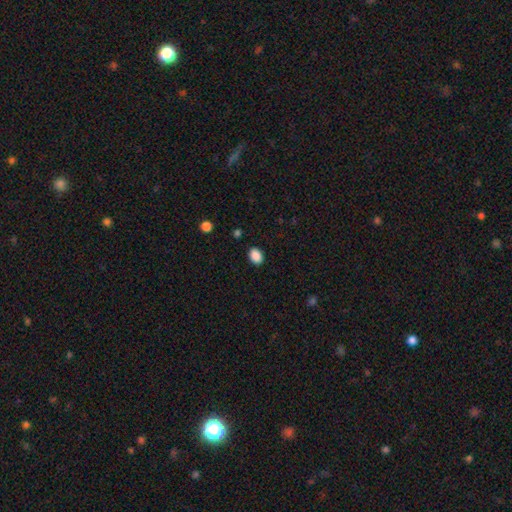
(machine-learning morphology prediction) Q: Smooth or featured?
A: smooth (89%); runner-up: star or artifact (9%)
Q: How rounded?
A: in between (71%); runner-up: round (28%)
Q: Merging?
A: none (88%); runner-up: minor disturbance (8%)